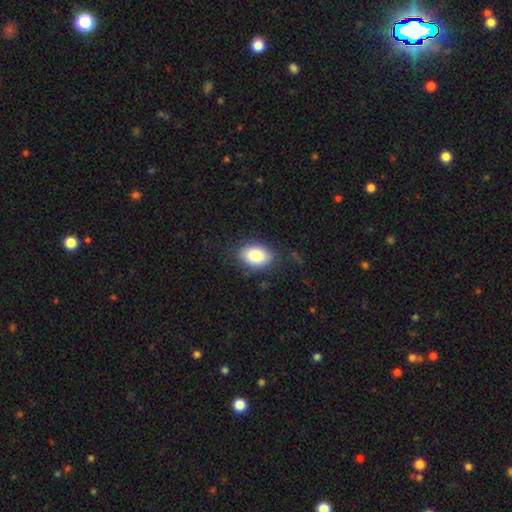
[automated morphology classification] Q: Smooth or featured?
A: smooth (87%); runner-up: star or artifact (7%)
Q: How rounded?
A: in between (84%); runner-up: round (15%)
Q: Merging?
A: none (81%); runner-up: minor disturbance (13%)